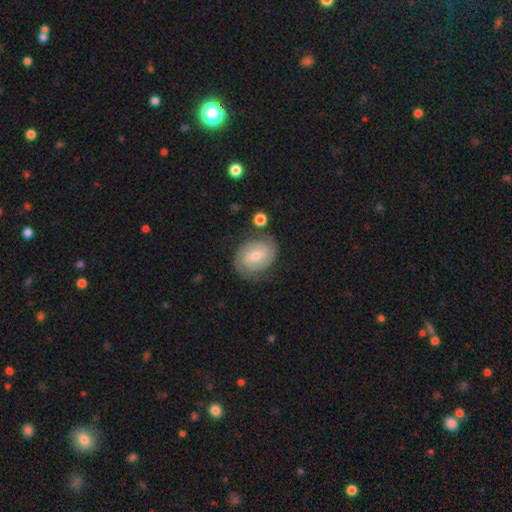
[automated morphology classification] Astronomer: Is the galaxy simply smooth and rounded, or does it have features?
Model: featured or disk — 72%.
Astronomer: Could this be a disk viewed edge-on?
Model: no — 97%.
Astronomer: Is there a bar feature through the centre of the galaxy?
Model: no — 46% (runner-up: weak, 44%).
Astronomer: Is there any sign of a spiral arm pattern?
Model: yes — 94%.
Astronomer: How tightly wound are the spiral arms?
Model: tight — 63%.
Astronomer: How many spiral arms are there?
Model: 2 — 73%.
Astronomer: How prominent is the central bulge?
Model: small — 61%.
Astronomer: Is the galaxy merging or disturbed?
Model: none — 76%.